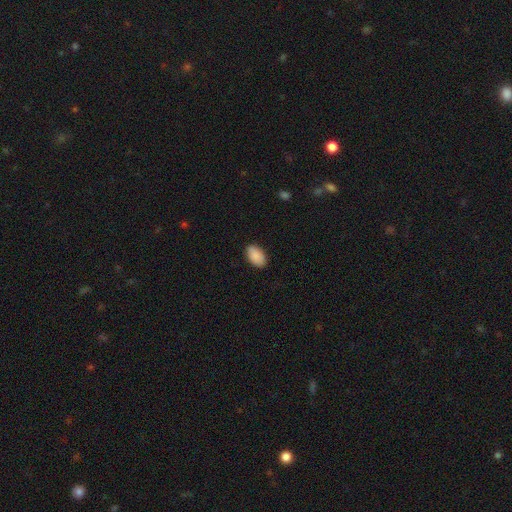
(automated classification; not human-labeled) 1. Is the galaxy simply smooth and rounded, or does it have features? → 90% smooth, 6% star or artifact, 4% featured or disk.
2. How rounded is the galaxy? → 94% in between, 5% round, 1% cigar-shaped.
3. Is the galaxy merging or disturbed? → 88% none, 9% minor disturbance, 2% major disturbance, 1% merger.